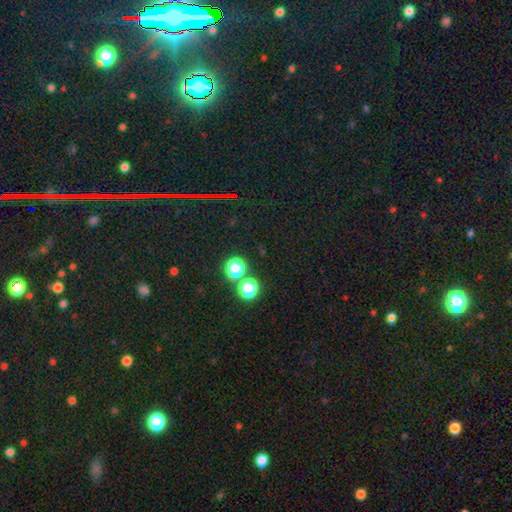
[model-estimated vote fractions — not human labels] Smooth or featured? Predicted: star or artifact (p=0.82).